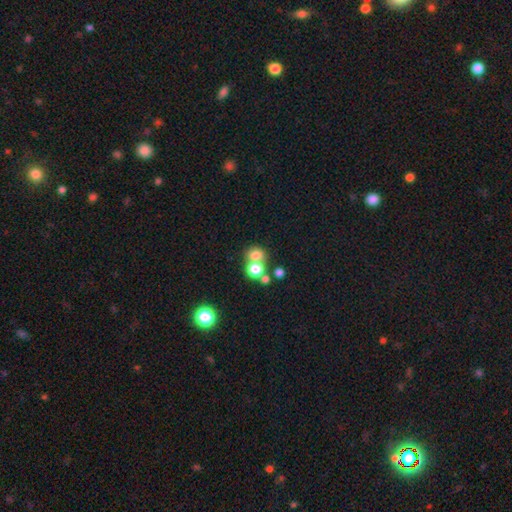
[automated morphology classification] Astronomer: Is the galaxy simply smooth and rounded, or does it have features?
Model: smooth — 72%.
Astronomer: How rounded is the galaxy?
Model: round — 68%.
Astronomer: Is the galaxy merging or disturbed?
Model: merger — 45% (runner-up: none, 43%).